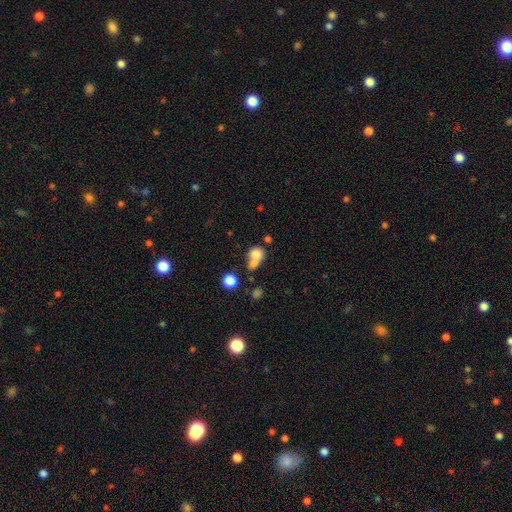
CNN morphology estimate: Smooth or featured? smooth (76%)
How rounded? round (71%)
Merging? merger (53%)